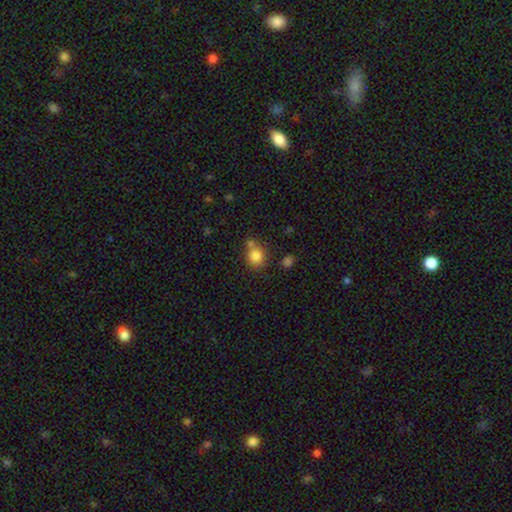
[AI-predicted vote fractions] Q: Smooth or featured?
A: smooth (82%); runner-up: star or artifact (11%)
Q: How rounded?
A: round (78%); runner-up: in between (21%)
Q: Merging?
A: none (60%); runner-up: merger (23%)